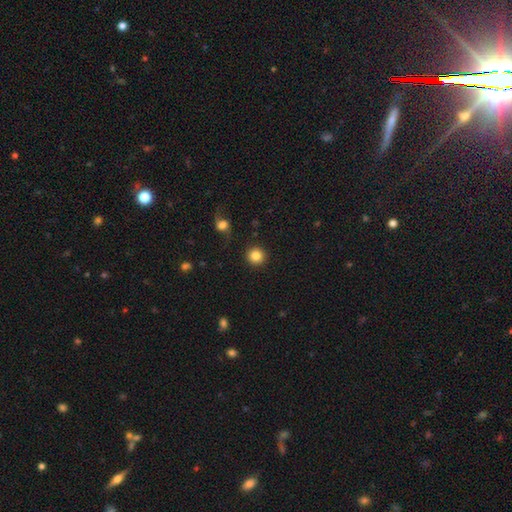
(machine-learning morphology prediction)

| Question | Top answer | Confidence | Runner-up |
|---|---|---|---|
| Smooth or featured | smooth | 85% | star or artifact (9%) |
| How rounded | round | 95% | in between (4%) |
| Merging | none | 91% | minor disturbance (5%) |